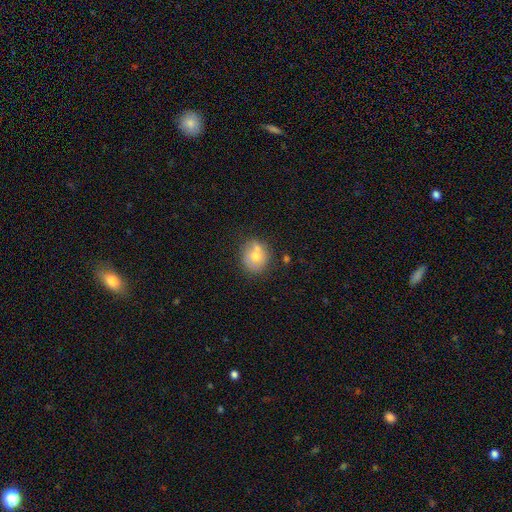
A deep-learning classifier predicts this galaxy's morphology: Q: Smooth or featured?
A: smooth (63%); runner-up: featured or disk (28%)
Q: How rounded?
A: round (76%); runner-up: in between (23%)
Q: Merging?
A: none (56%); runner-up: merger (21%)